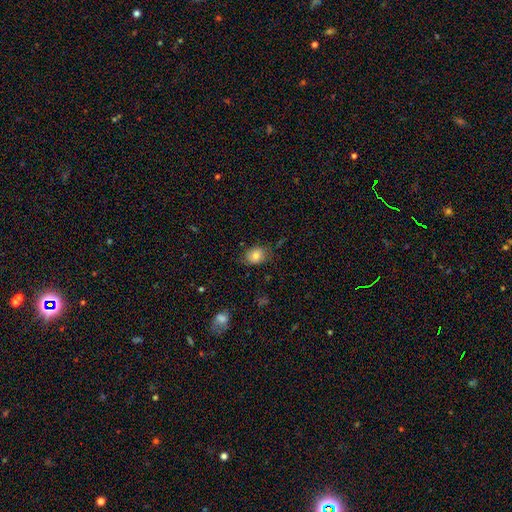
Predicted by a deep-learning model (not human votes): This is likely a smooth galaxy (80%). How rounded: possibly in between (56%). Merging: likely none (71%).